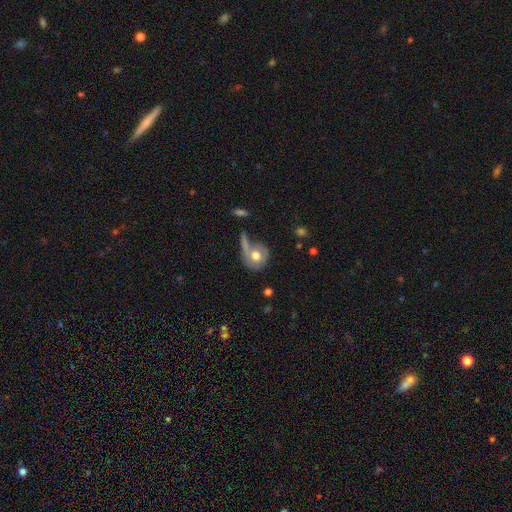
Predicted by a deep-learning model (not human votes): Smooth or featured? Predicted: smooth (p=0.63). How rounded? Predicted: round (p=0.79). Merging? Predicted: none (p=0.44).